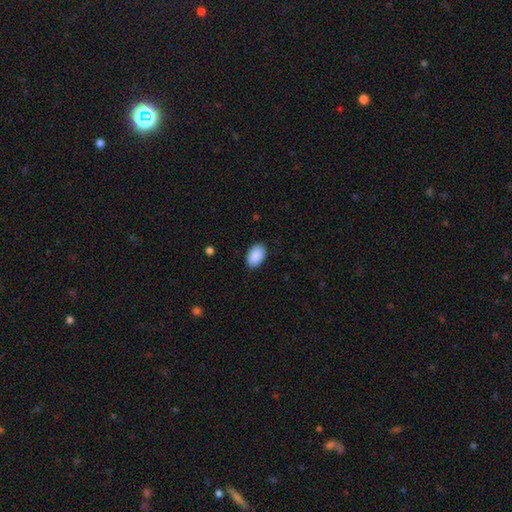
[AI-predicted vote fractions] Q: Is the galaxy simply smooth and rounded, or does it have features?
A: smooth — 91%.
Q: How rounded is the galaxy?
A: in between — 92%.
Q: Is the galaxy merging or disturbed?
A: none — 85%.